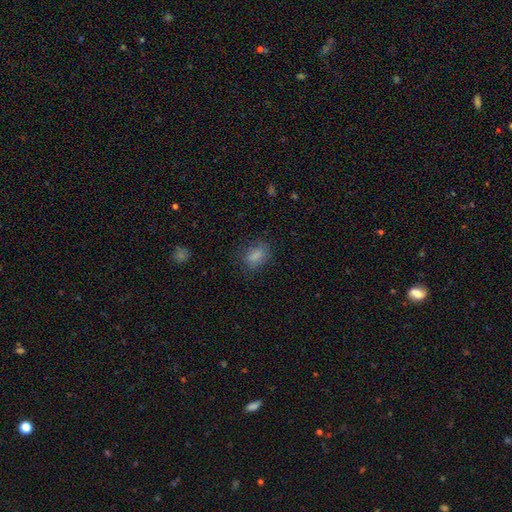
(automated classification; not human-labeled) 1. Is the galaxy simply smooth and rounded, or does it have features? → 82% smooth, 11% star or artifact, 7% featured or disk.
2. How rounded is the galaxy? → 78% in between, 18% round, 3% cigar-shaped.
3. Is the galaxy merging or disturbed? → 76% none, 17% minor disturbance, 6% major disturbance, 1% merger.